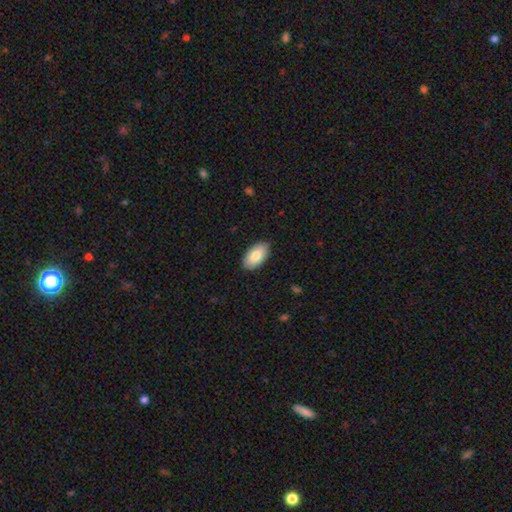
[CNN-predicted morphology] Smooth or featured?
  - smooth: 82% *
  - featured or disk: 12%
  - star or artifact: 6%
How rounded?
  - in between: 96% *
  - round: 3%
  - cigar-shaped: 2%
Merging?
  - none: 88% *
  - minor disturbance: 9%
  - major disturbance: 2%
  - merger: 1%